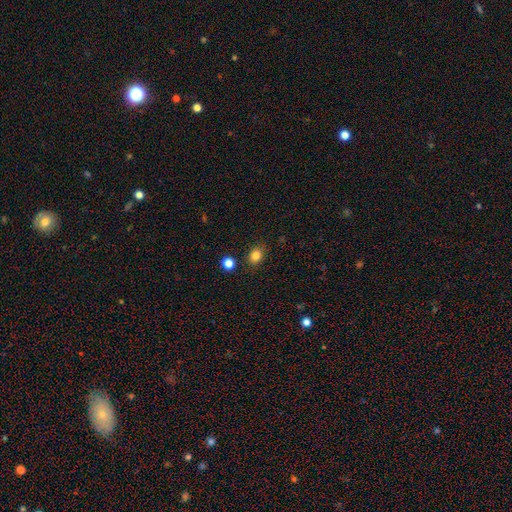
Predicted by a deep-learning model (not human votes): The model was most divided on "how rounded": round: 56%, in between: 43%, cigar-shaped: 1%. More confident: merging — none (84%); smooth or featured — smooth (83%).